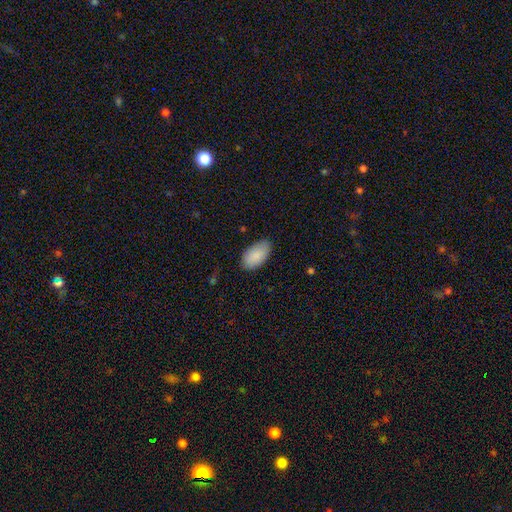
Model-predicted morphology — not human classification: Smooth or featured? smooth (89%)
How rounded? in between (96%)
Merging? none (81%)